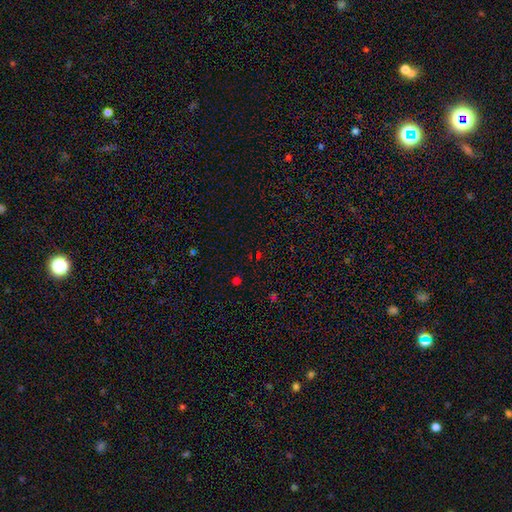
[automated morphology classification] type=star or artifact (61%).